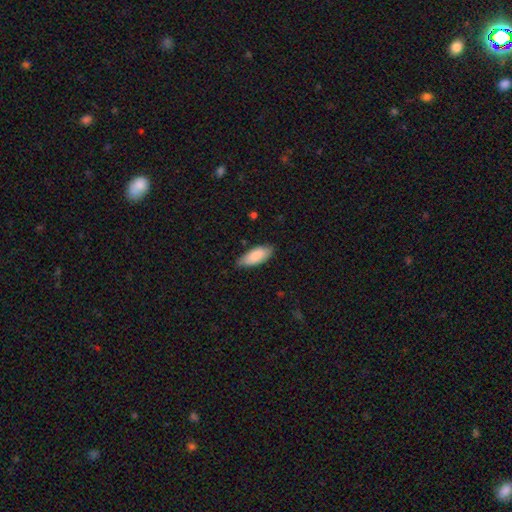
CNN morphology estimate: Smooth or featured?
  - smooth: 85% *
  - featured or disk: 9%
  - star or artifact: 5%
How rounded?
  - in between: 83% *
  - cigar-shaped: 15%
  - round: 2%
Merging?
  - none: 76% *
  - minor disturbance: 20%
  - major disturbance: 3%
  - merger: 1%